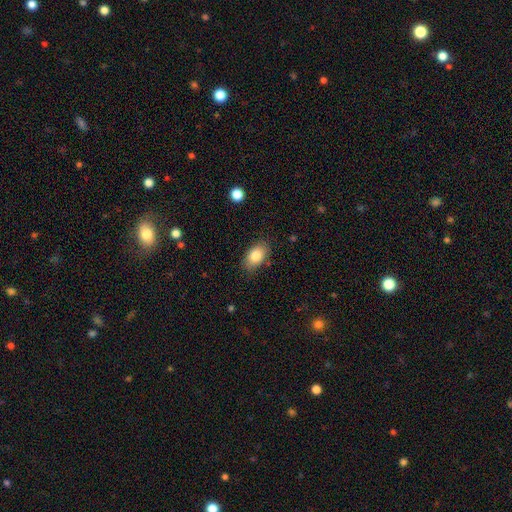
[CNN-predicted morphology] This appears to be a smooth galaxy with no disk features (83%) that is in between round and cigar-shaped (89%). Merging: none (82%).